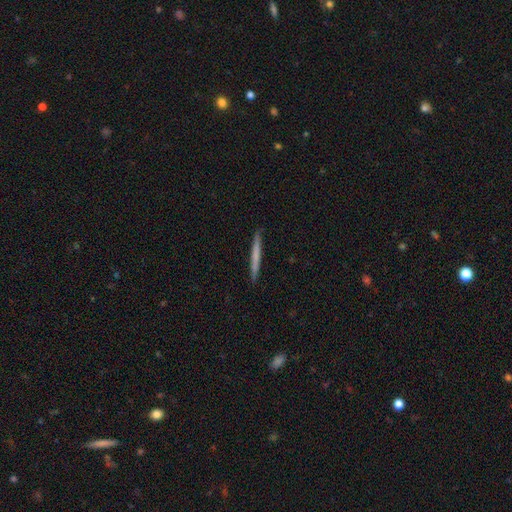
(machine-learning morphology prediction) Smooth or featured? smooth (60%)
How rounded? cigar-shaped (97%)
Merging? none (92%)